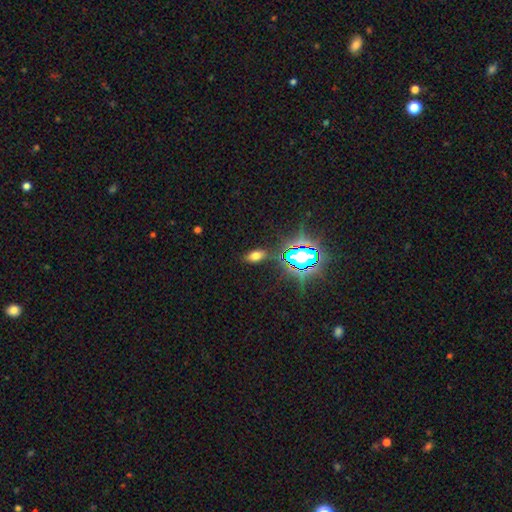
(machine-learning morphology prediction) This is possibly a smooth galaxy (59%). How rounded: clearly in between (85%). Merging: clearly none (81%).